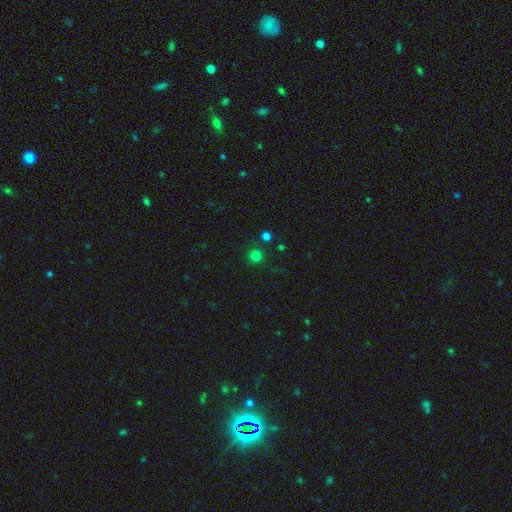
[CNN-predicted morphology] type=smooth (78%); roundness=round (95%); merging=none (87%).